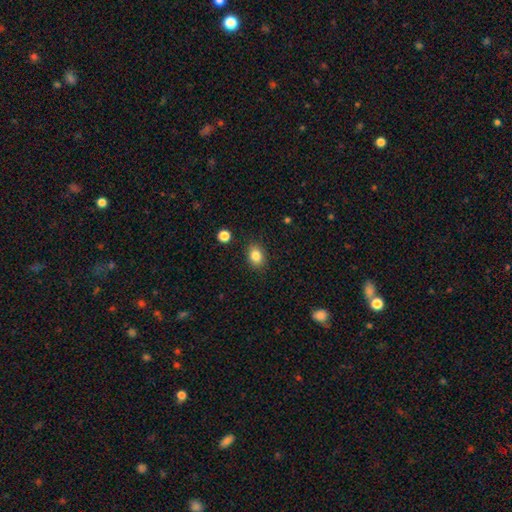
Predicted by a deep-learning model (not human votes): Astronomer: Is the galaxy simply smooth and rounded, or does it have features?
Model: smooth — 85%.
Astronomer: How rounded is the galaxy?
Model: in between — 68%.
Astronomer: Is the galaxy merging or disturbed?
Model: none — 85%.